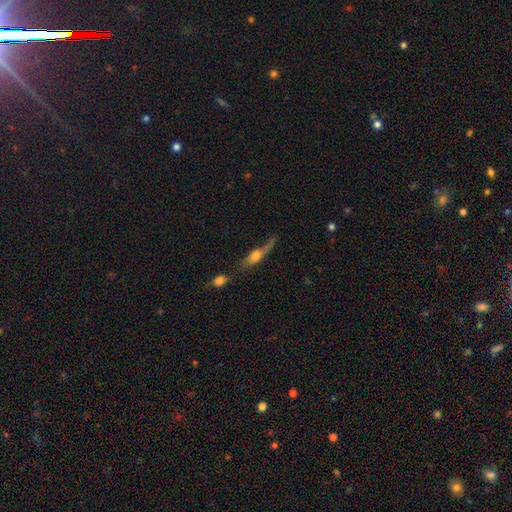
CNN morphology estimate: Overall: smooth (51%; featured or disk 39%). How rounded: cigar-shaped (52%; in between 41%). Merging: none (32%; major disturbance 23%).